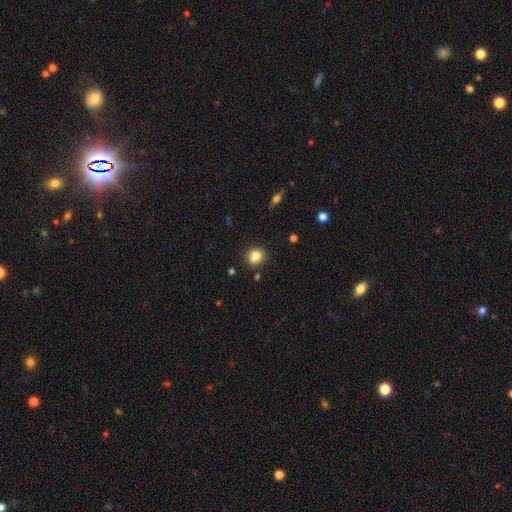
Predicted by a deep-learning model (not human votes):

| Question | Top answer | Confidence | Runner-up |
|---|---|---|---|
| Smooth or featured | smooth | 83% | star or artifact (11%) |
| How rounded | round | 75% | in between (24%) |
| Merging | none | 78% | minor disturbance (15%) |